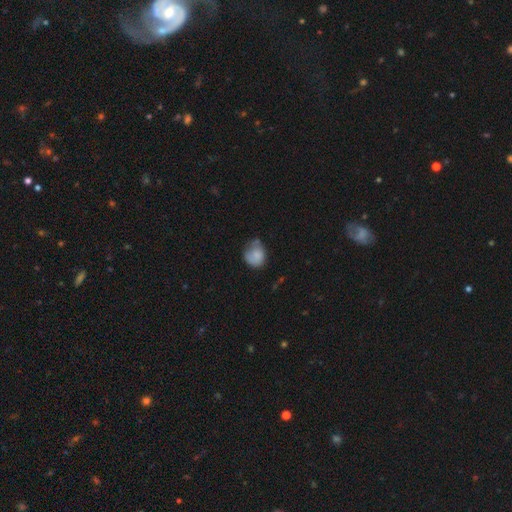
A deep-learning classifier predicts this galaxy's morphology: Smooth or featured? Predicted: smooth (p=0.76). How rounded? Predicted: round (p=0.63). Merging? Predicted: none (p=0.43).